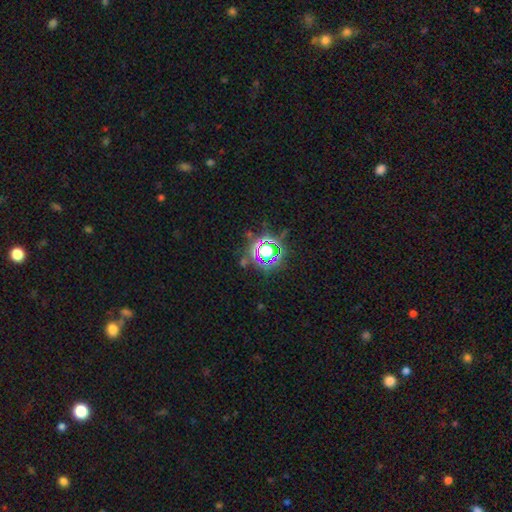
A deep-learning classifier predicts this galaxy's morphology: The model was most divided on "smooth or featured": star or artifact: 77%, smooth: 15%, featured or disk: 8%.